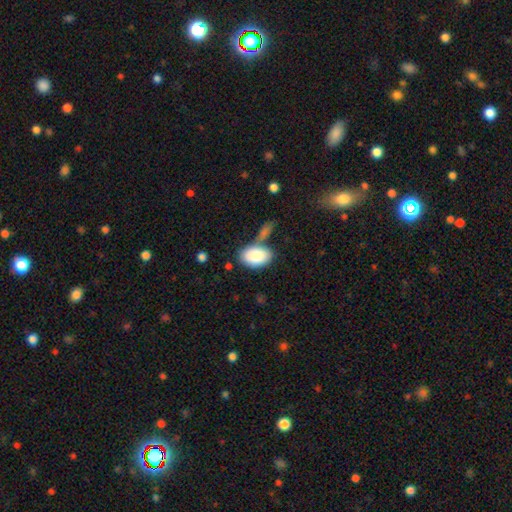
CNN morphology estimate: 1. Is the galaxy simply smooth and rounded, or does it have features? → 87% smooth, 7% featured or disk, 6% star or artifact.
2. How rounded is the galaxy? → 93% in between, 6% round, 1% cigar-shaped.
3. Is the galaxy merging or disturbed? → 56% none, 21% merger, 17% minor disturbance, 7% major disturbance.